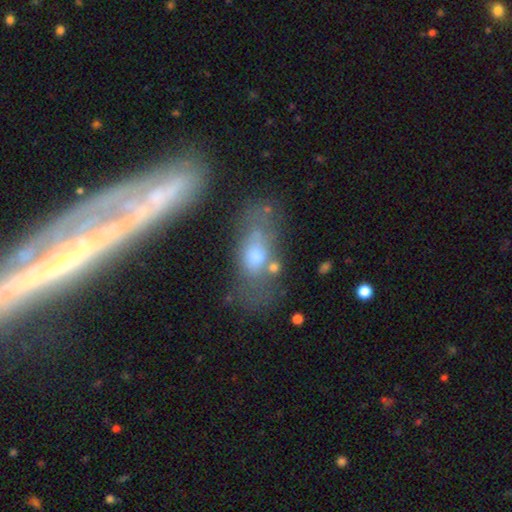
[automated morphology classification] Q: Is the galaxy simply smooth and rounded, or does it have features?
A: smooth — 58%.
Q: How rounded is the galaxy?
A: in between — 80%.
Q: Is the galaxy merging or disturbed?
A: none — 53%.